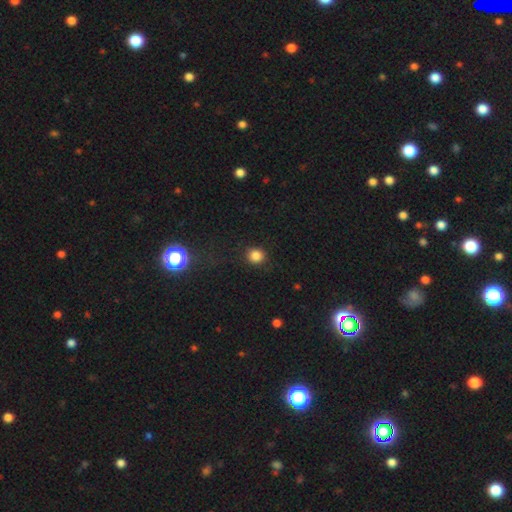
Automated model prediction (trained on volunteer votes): Morphology: type=smooth (84%); roundness=round (87%); merging=none (89%).